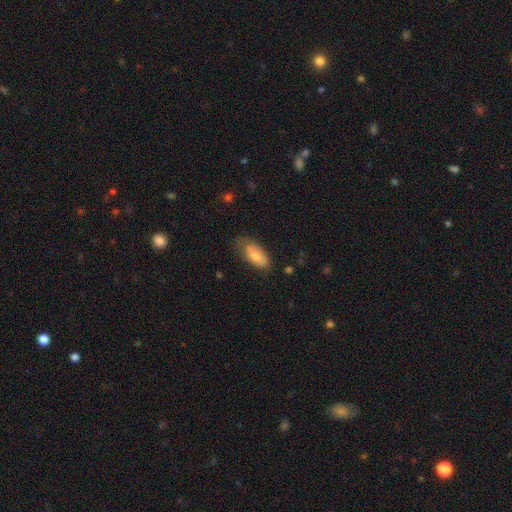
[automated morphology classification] Smooth or featured? smooth (78%)
How rounded? in between (87%)
Merging? none (47%)